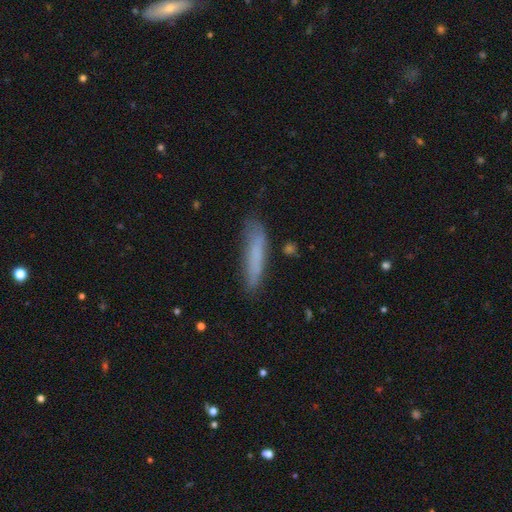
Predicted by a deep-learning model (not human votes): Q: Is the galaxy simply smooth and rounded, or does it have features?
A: smooth — 71%.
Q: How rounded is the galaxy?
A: cigar-shaped — 86%.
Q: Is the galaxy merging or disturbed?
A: none — 72%.